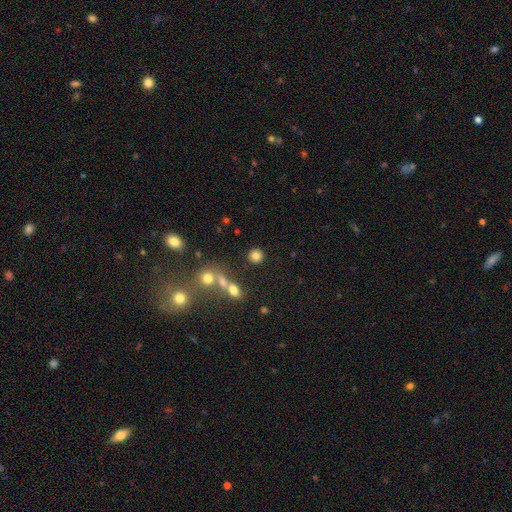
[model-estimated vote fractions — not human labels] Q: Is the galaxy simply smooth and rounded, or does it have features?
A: smooth — 80%.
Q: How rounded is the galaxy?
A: round — 90%.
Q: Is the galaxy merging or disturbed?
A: none — 82%.